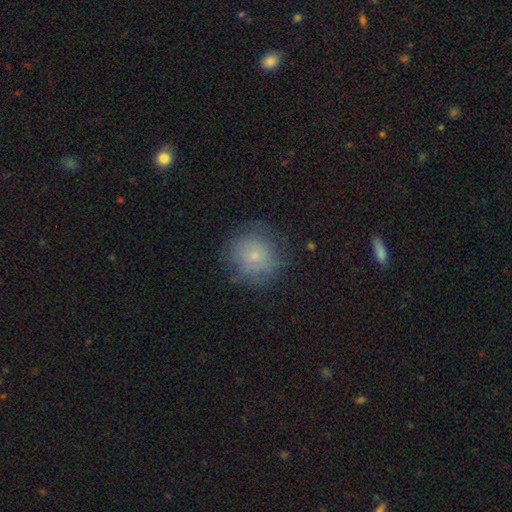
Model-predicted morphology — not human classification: Overall: smooth (68%). How rounded: round (89%). Merging: none (77%).